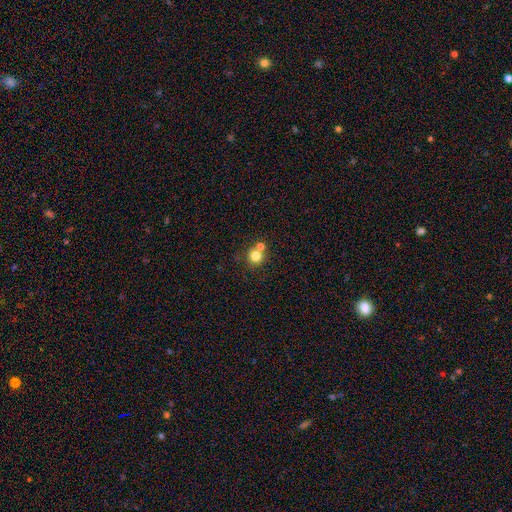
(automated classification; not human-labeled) Morphology: type=smooth (78%); roundness=round (90%); merging=none (57%).